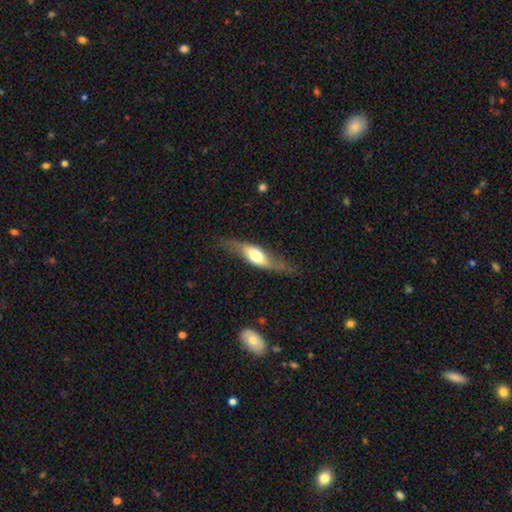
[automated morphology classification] smooth-or-featured: featured or disk: 62% | smooth: 33% | star or artifact: 5%
  disk-edge-on: yes: 53% | no: 47%
  merging: none: 64% | minor disturbance: 23% | major disturbance: 11% | merger: 2%